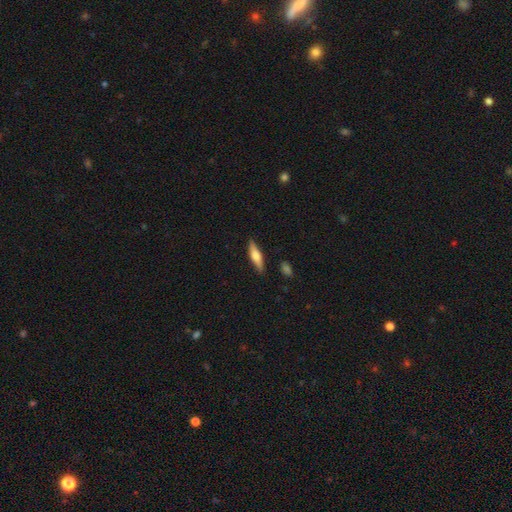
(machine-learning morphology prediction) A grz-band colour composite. It shows a smooth galaxy with no disk features (50%) that is cigar-shaped (70%). Merging: none (87%).